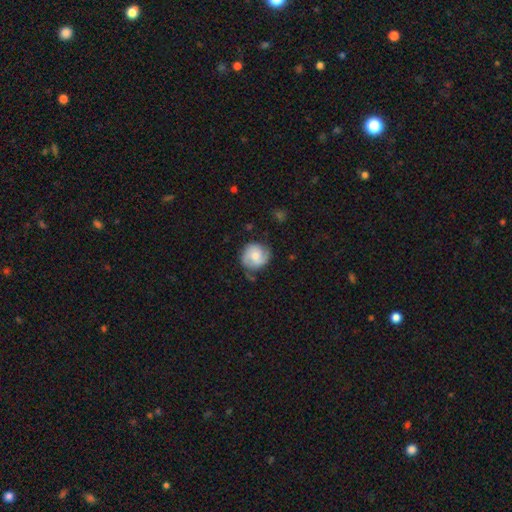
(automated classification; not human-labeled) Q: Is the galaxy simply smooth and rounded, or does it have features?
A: featured or disk — 54%.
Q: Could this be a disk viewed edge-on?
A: no — 98%.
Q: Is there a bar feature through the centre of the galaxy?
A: no — 59%.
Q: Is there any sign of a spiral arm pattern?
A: yes — 88%.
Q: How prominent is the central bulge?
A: moderate — 57%.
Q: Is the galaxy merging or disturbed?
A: none — 70%.